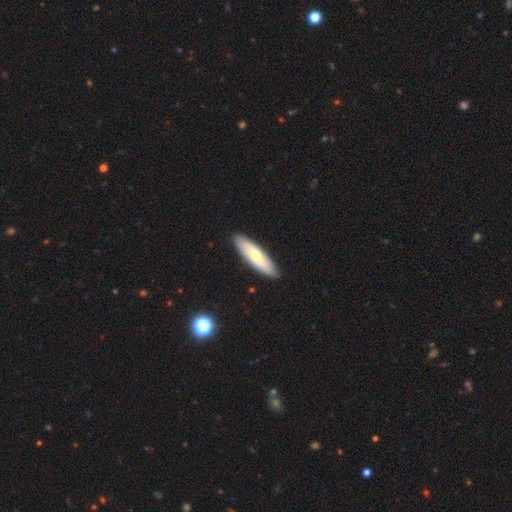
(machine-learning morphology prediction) This is likely a smooth galaxy (60%). How rounded: possibly cigar-shaped (57%). Merging: clearly none (89%).